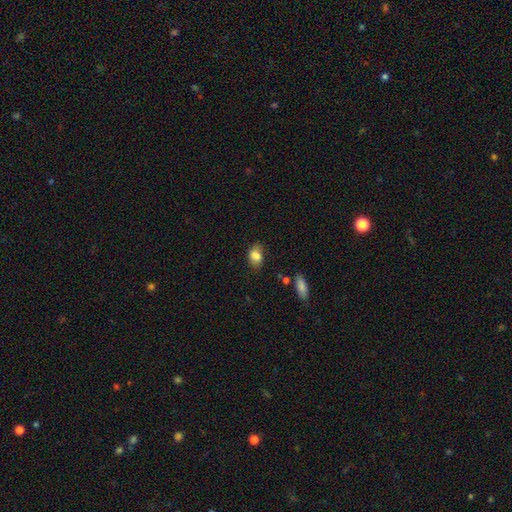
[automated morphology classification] This is clearly a smooth galaxy (83%). How rounded: likely in between (79%). Merging: likely none (68%).